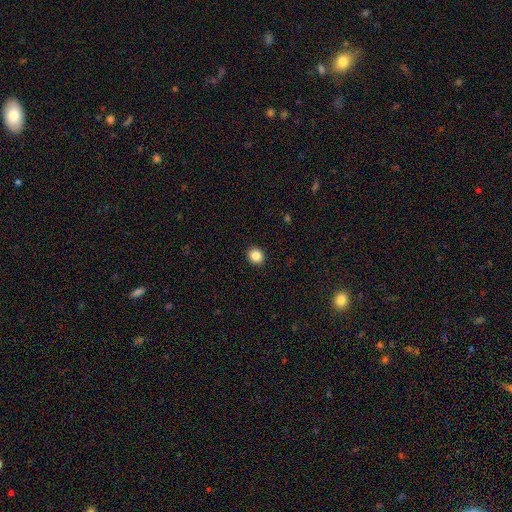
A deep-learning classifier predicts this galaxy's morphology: Smooth or featured?
  - smooth: 86% *
  - star or artifact: 10%
  - featured or disk: 4%
How rounded?
  - round: 81% *
  - in between: 18%
  - cigar-shaped: 1%
Merging?
  - none: 93% *
  - minor disturbance: 5%
  - major disturbance: 2%
  - merger: 1%